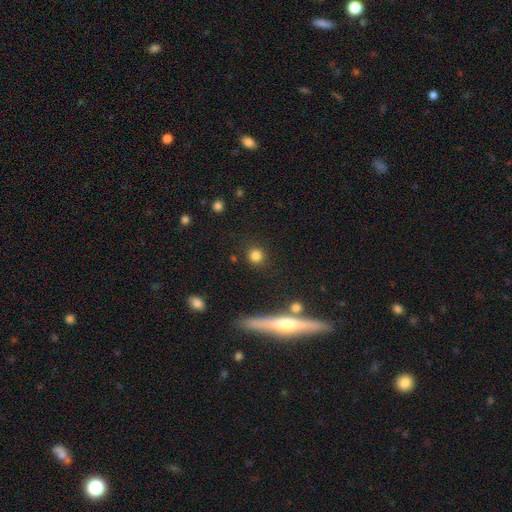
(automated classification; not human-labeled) Smooth or featured: smooth — 82% (star or artifact — 12%)
How rounded: round — 91% (in between — 7%)
Merging: none — 87% (minor disturbance — 7%)